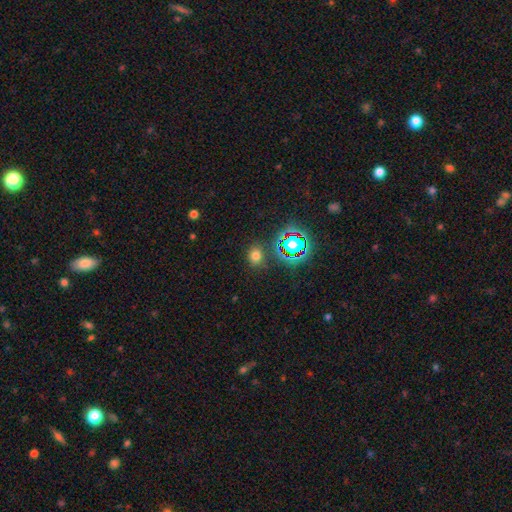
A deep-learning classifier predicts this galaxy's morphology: Smooth or featured: smooth — 66% (star or artifact — 27%)
How rounded: round — 58% (in between — 41%)
Merging: none — 83% (minor disturbance — 10%)